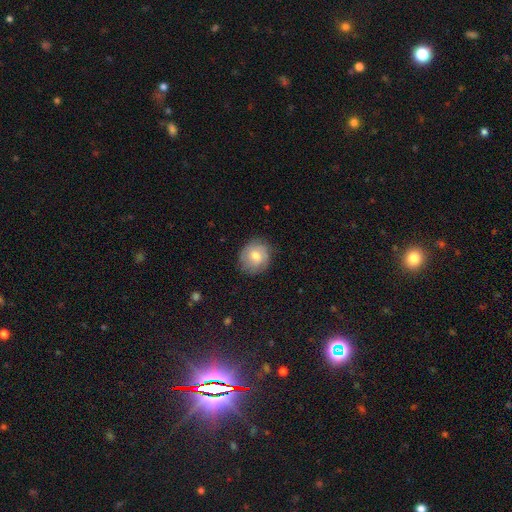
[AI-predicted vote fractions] The model was most divided on "smooth or featured": smooth: 63%, featured or disk: 29%, star or artifact: 8%. More confident: merging — none (81%); how rounded — round (80%).